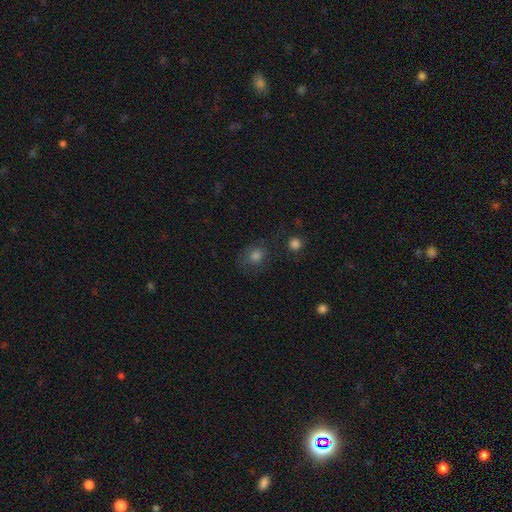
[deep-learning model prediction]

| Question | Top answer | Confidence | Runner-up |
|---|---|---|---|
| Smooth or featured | smooth | 68% | star or artifact (19%) |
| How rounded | round | 72% | in between (27%) |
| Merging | none | 63% | minor disturbance (20%) |